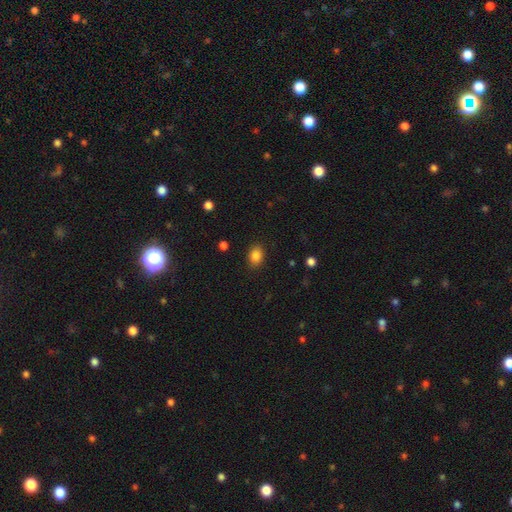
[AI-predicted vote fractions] This appears to be a smooth galaxy with no disk features (86%) that is in between round and cigar-shaped (66%). Merging: none (87%).